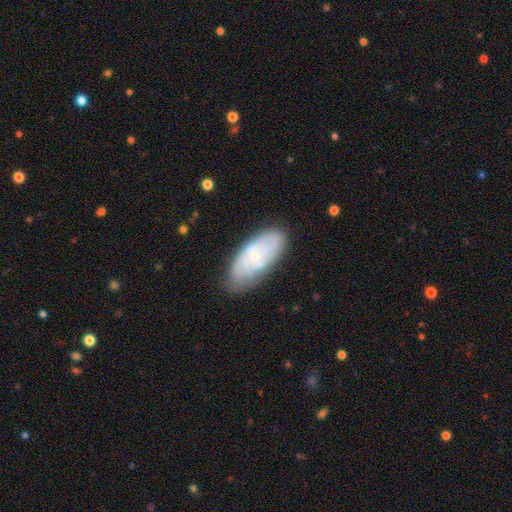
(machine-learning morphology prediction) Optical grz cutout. It shows a featured or disk galaxy (60%) with no bar (76%), spiral arms (67%) and a small central bulge (74%). Merging: none (73%).